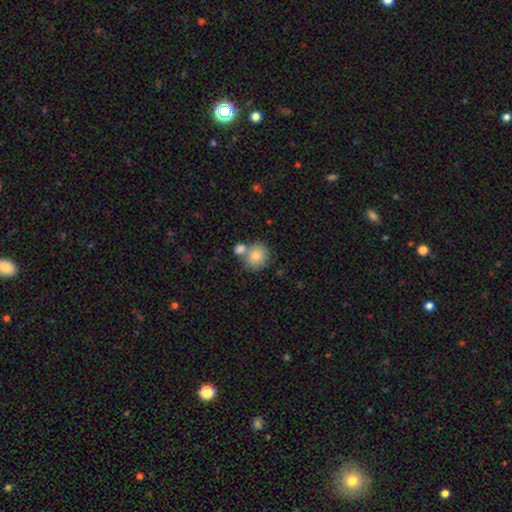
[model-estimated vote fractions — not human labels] smooth 82%, featured or disk 10%, star or artifact 7%. Down the decision tree: how rounded — round (82%); merging — none (50%).